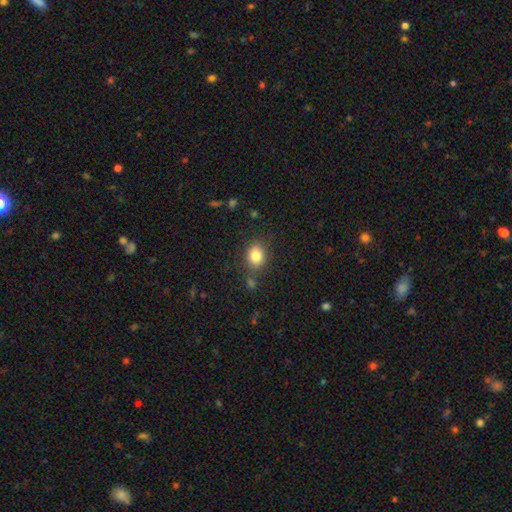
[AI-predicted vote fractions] A smooth galaxy with no disk features (84%) that is in between round and cigar-shaped (52%).

Vote fractions:
- Smooth or featured? smooth: 84% / star or artifact: 10% / featured or disk: 7%
- How rounded? in between: 52% / round: 47% / cigar-shaped: 1%
- Merging? none: 77% / minor disturbance: 13% / merger: 6% / major disturbance: 4%